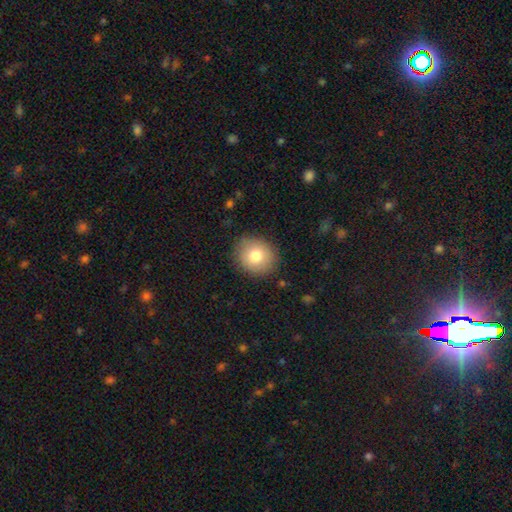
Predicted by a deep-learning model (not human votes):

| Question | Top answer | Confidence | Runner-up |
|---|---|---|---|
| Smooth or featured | smooth | 78% | featured or disk (12%) |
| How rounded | round | 80% | in between (20%) |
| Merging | none | 88% | minor disturbance (9%) |